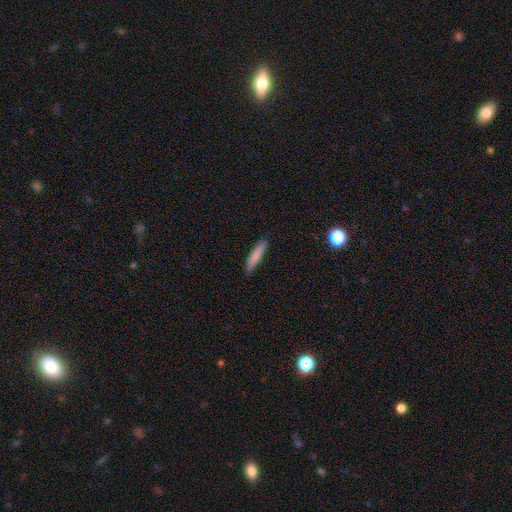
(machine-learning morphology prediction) A smooth galaxy with no disk features (79%) that is cigar-shaped (85%).

Vote fractions:
- Smooth or featured? smooth: 79% / featured or disk: 15% / star or artifact: 6%
- How rounded? cigar-shaped: 85% / in between: 13% / round: 1%
- Merging? none: 85% / minor disturbance: 11% / major disturbance: 2% / merger: 1%